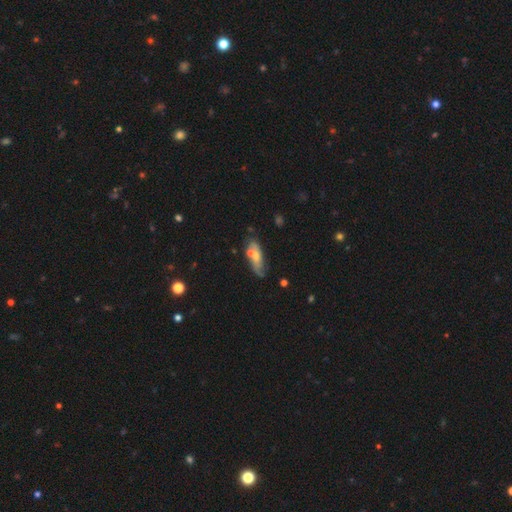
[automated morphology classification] featured or disk 48%, smooth 43%, star or artifact 9%. Down the decision tree: merging — none (57%).